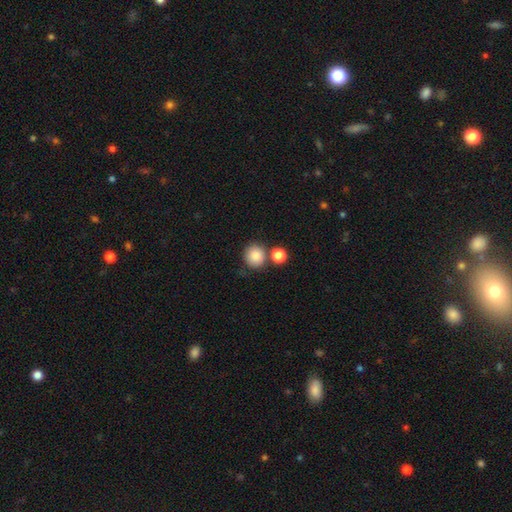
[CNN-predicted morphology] Overall: smooth (85%). How rounded: round (89%). Merging: none (69%).